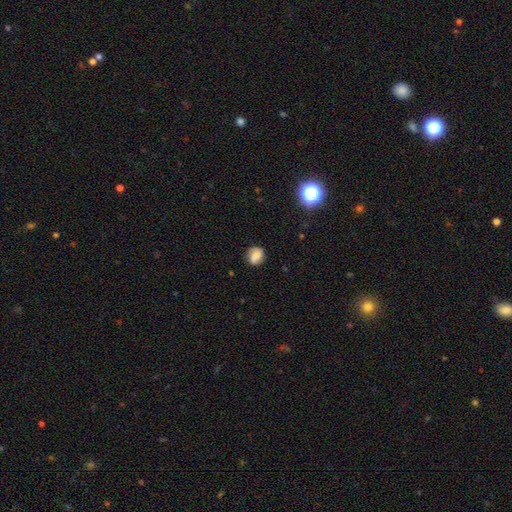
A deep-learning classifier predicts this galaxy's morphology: smooth_or_featured: smooth (p=0.67) [alt: featured or disk p=0.22]
how_rounded: round (p=0.70) [alt: in between p=0.29]
merging: none (p=0.77) [alt: minor disturbance p=0.17]